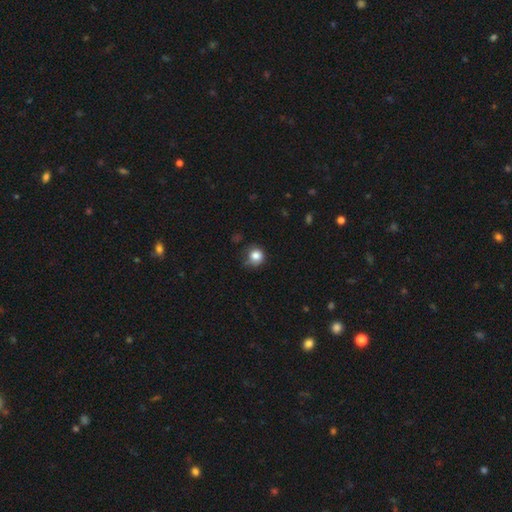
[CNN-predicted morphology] smooth-or-featured: smooth: 82% | star or artifact: 11% | featured or disk: 7%
  how-rounded: round: 88% | in between: 11% | cigar-shaped: 1%
  merging: none: 64% | minor disturbance: 26% | major disturbance: 7% | merger: 2%